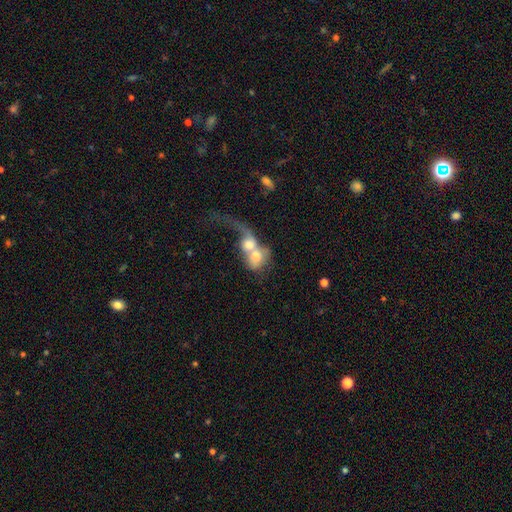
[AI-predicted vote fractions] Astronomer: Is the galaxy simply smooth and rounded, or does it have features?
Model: smooth — 57% (runner-up: featured or disk, 35%).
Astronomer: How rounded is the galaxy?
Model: round — 53% (runner-up: in between, 44%).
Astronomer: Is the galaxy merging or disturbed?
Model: merger — 80%.